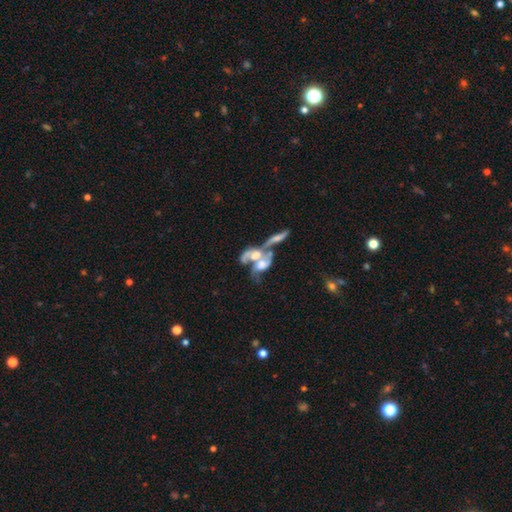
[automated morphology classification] Overall: featured or disk (69%). Edge-on disk: no (92%). Bar: no (71%). Spiral arms: yes (65%; no 35%). Bulge size: moderate (41%; large 25%). Merging: merger (75%).